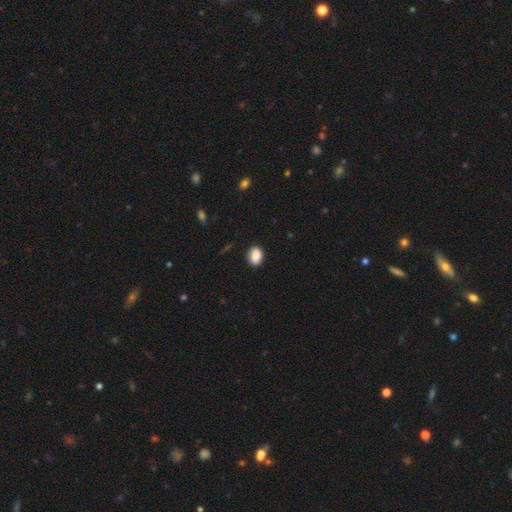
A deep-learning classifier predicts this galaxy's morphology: Smooth or featured? smooth (88%)
How rounded? in between (70%)
Merging? none (85%)